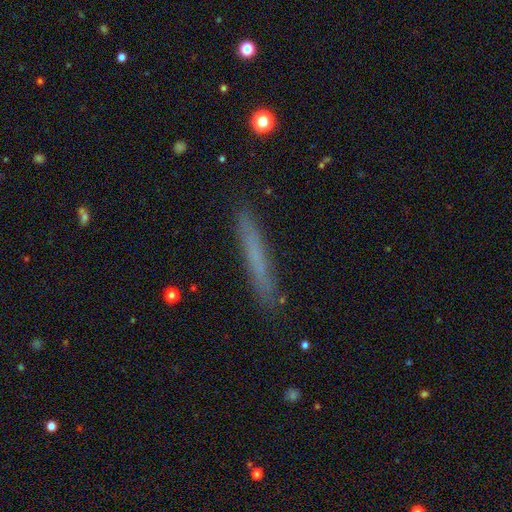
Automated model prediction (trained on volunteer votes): Smooth or featured? smooth (63%)
How rounded? cigar-shaped (96%)
Merging? none (87%)